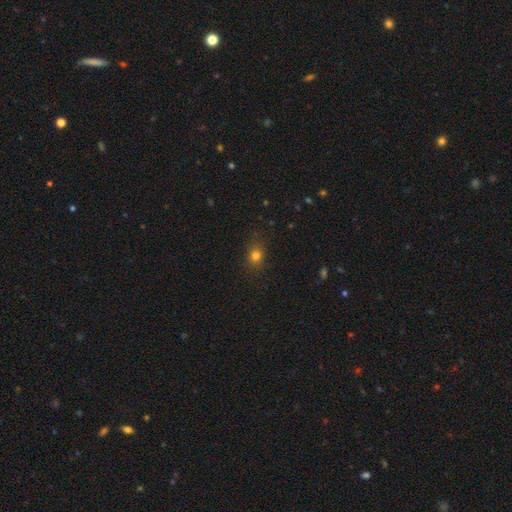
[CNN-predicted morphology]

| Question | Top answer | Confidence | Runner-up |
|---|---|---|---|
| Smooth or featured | smooth | 78% | star or artifact (16%) |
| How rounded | round | 64% | in between (35%) |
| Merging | none | 84% | minor disturbance (11%) |